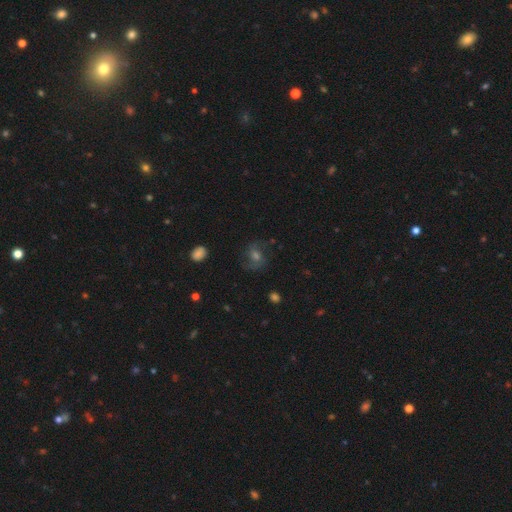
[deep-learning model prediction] This is possibly a featured or disk galaxy (55%). It is clearly not viewed edge-on (96%). Bar: possibly no (54%). Spiral arm pattern: clearly yes (88%). Central bulge: possibly moderate (56%). Merging: likely none (73%).